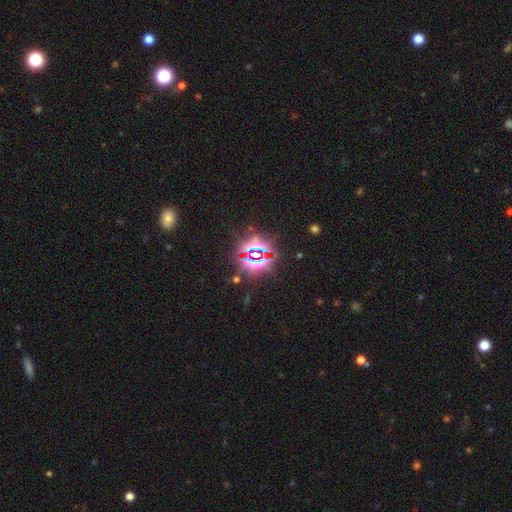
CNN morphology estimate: Smooth or featured? Predicted: star or artifact (p=0.81).